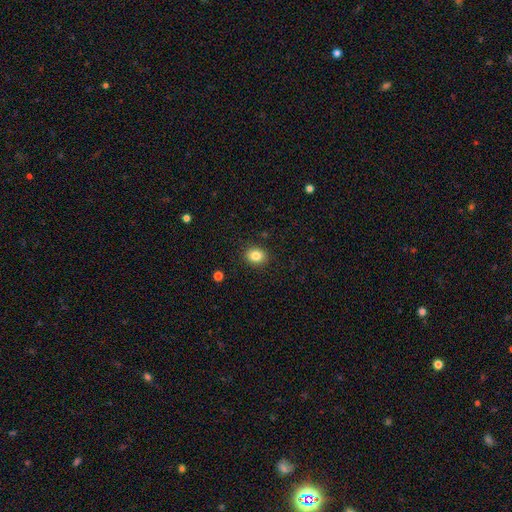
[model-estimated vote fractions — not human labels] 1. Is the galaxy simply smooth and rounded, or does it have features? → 84% smooth, 10% star or artifact, 6% featured or disk.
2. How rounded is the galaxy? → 57% round, 42% in between, 1% cigar-shaped.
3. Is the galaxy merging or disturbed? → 89% none, 7% minor disturbance, 2% major disturbance, 1% merger.